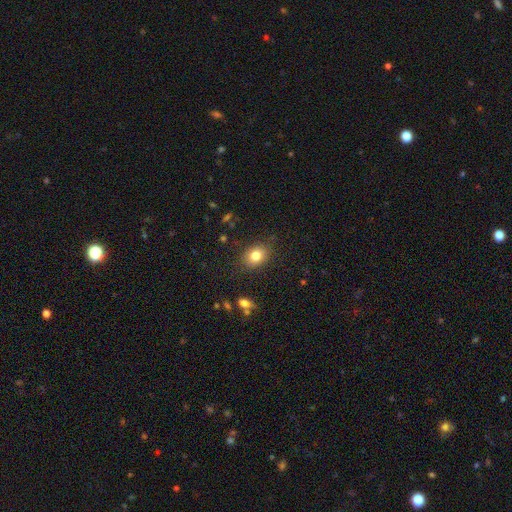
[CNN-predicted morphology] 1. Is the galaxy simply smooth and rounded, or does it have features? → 82% smooth, 10% star or artifact, 9% featured or disk.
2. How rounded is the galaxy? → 62% in between, 37% round, 1% cigar-shaped.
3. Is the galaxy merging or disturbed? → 82% none, 13% minor disturbance, 3% major disturbance, 2% merger.